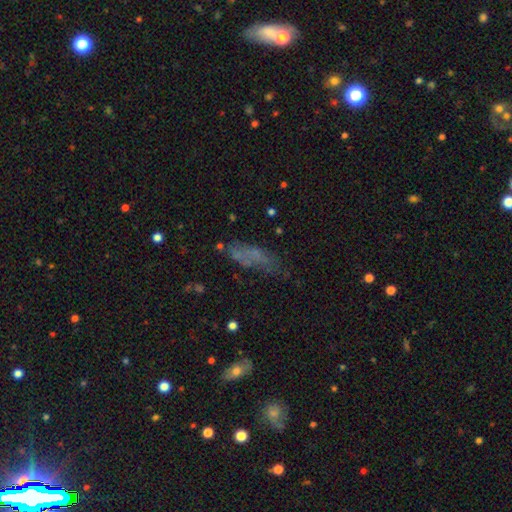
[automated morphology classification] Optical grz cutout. It shows a smooth galaxy with no disk features (50%) that is in between round and cigar-shaped (54%). Merging: none (47%).